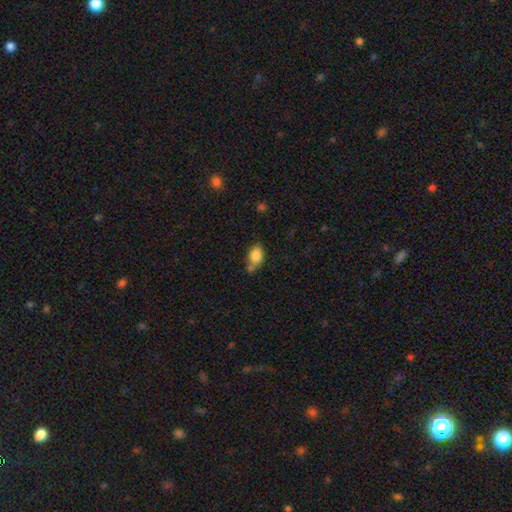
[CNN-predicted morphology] This appears to be a smooth galaxy with no disk features (84%) that is in between round and cigar-shaped (83%). Merging: none (53%).